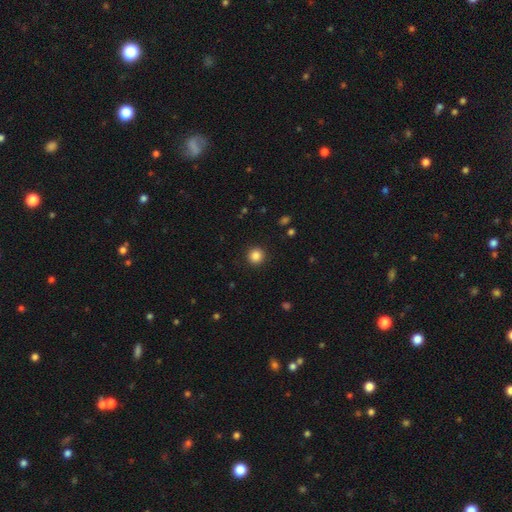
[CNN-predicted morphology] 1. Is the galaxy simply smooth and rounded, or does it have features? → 85% smooth, 11% star or artifact, 3% featured or disk.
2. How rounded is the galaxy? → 95% round, 4% in between, 1% cigar-shaped.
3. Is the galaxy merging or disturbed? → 92% none, 5% minor disturbance, 2% major disturbance, 1% merger.